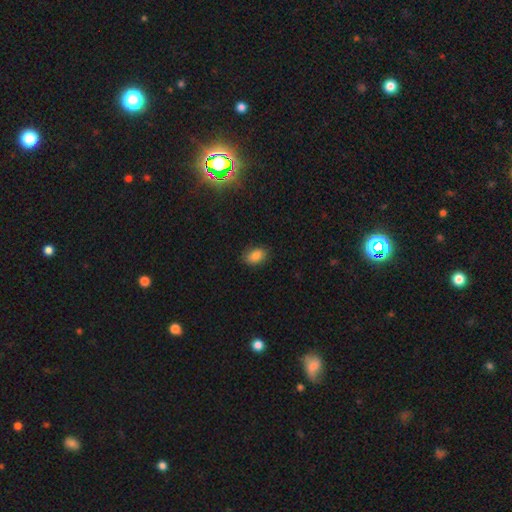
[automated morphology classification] smooth-or-featured: smooth: 84% | star or artifact: 10% | featured or disk: 7%
  how-rounded: in between: 83% | round: 15% | cigar-shaped: 1%
  merging: none: 84% | minor disturbance: 12% | major disturbance: 2% | merger: 1%